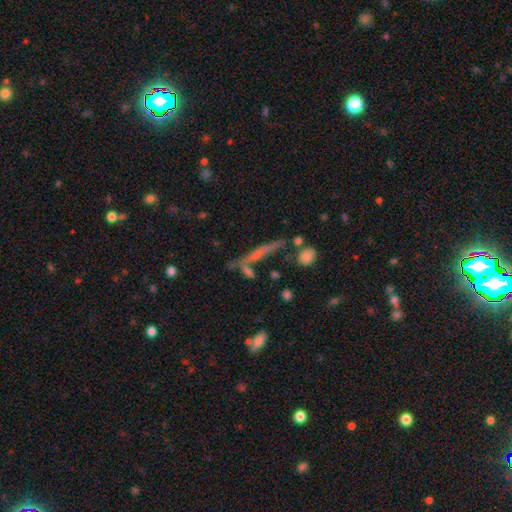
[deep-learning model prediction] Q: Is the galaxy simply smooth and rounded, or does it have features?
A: featured or disk — 46%.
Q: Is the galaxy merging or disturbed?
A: none — 70%.